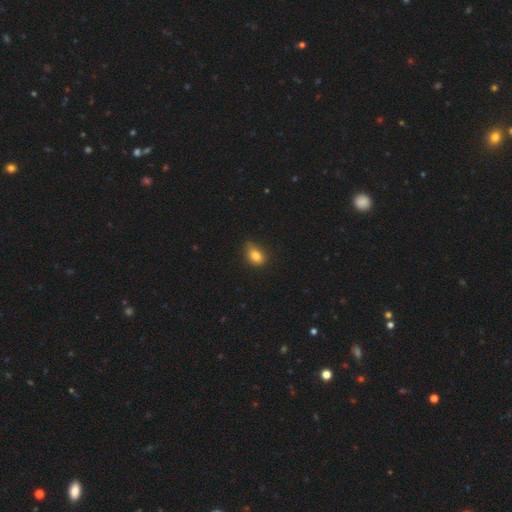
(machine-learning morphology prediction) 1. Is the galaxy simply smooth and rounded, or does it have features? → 82% smooth, 10% star or artifact, 8% featured or disk.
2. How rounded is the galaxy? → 77% in between, 20% round, 3% cigar-shaped.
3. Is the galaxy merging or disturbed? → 57% none, 35% minor disturbance, 6% major disturbance, 2% merger.